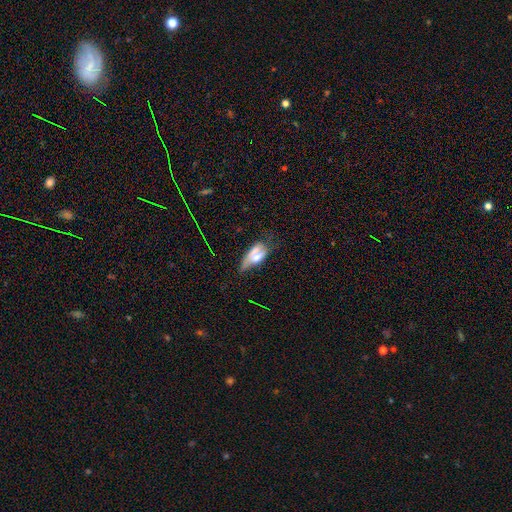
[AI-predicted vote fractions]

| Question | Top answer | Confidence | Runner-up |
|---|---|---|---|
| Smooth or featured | smooth | 47% | featured or disk (42%) |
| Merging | none | 28% | tied: major disturbance (28%) |